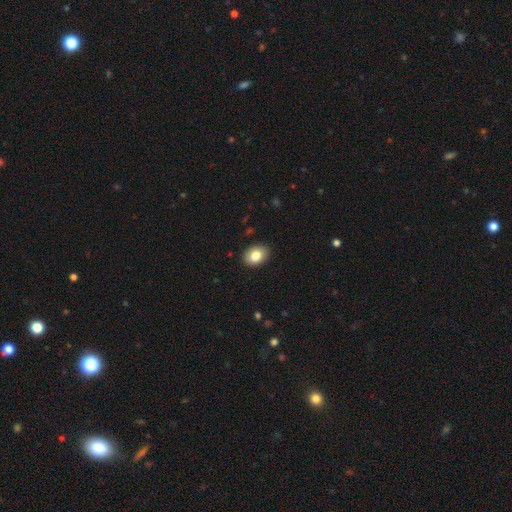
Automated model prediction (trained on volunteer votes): A smooth galaxy with no disk features (83%) that is in between round and cigar-shaped (74%). Merging: none (89%).